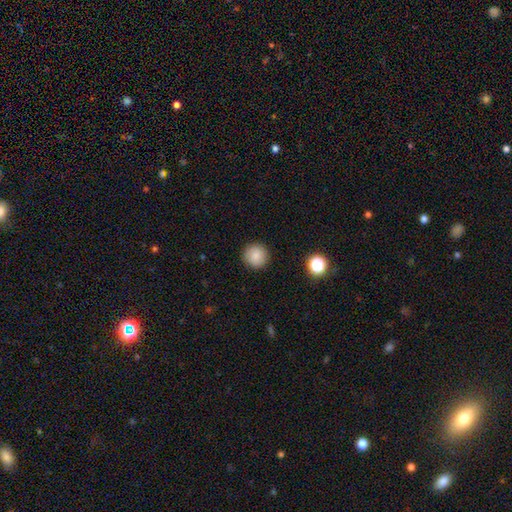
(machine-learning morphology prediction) A smooth galaxy with no disk features (86%) that is round (95%).

Vote fractions:
- Smooth or featured? smooth: 86% / star or artifact: 9% / featured or disk: 5%
- How rounded? round: 95% / in between: 4% / cigar-shaped: 1%
- Merging? none: 92% / minor disturbance: 5% / major disturbance: 2% / merger: 1%